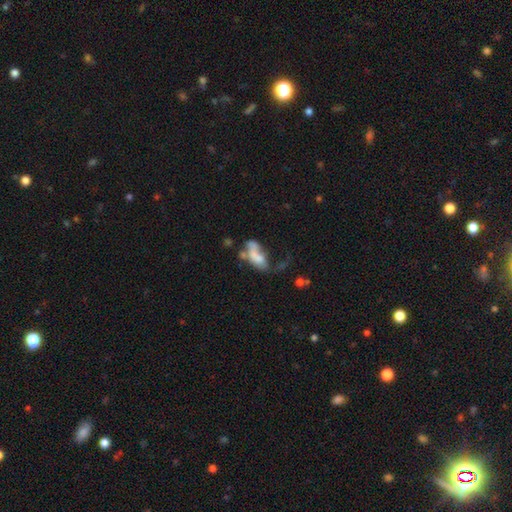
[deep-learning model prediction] Smooth or featured?
  - smooth: 54% *
  - featured or disk: 36%
  - star or artifact: 11%
How rounded?
  - in between: 82% *
  - cigar-shaped: 14%
  - round: 4%
Merging?
  - merger: 34% *
  - major disturbance: 32%
  - none: 18%
  - minor disturbance: 16%